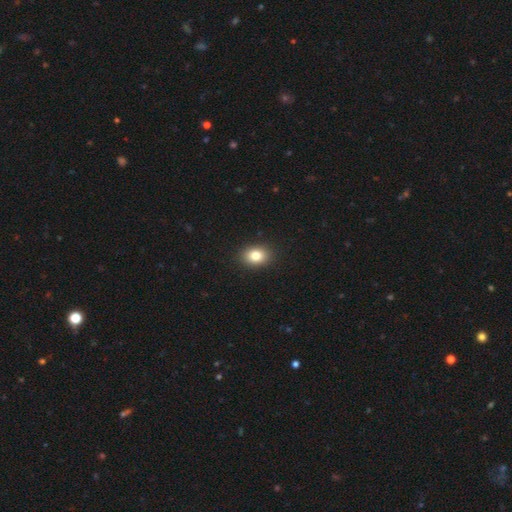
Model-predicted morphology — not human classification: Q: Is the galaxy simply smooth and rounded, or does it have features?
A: smooth — 82%.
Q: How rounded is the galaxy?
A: in between — 68%.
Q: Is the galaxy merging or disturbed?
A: none — 90%.